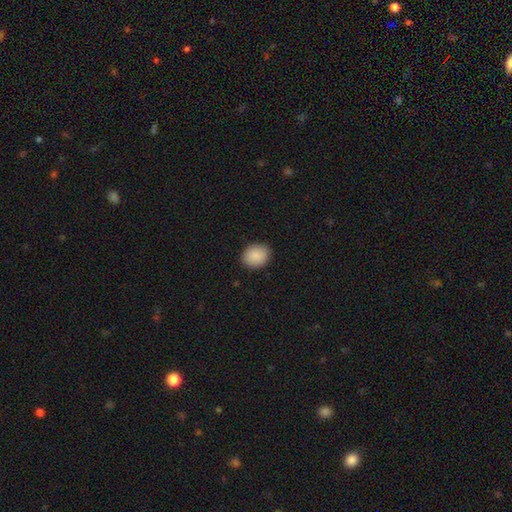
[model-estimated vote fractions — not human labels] smooth 89%, star or artifact 7%, featured or disk 4%. Down the decision tree: how rounded — round (52%); merging — none (90%).